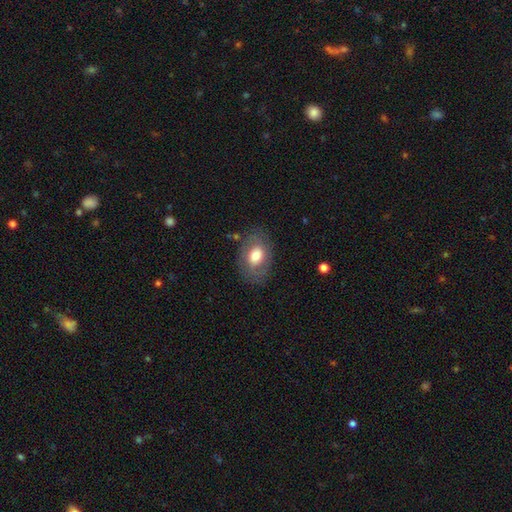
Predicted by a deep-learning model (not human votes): This is likely a smooth galaxy (60%). How rounded: likely in between (80%). Merging: likely none (76%).